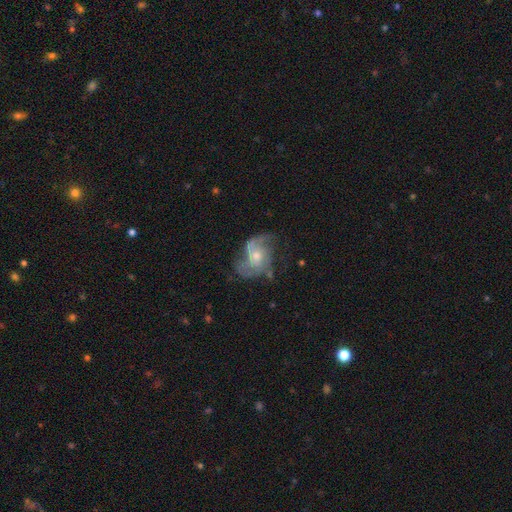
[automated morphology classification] Smooth or featured?
  - featured or disk: 78% *
  - smooth: 15%
  - star or artifact: 7%
Edge-on disk?
  - no: 97% *
  - yes: 3%
Bar?
  - no: 69% *
  - weak: 27%
  - strong: 4%
Spiral arms?
  - yes: 88% *
  - no: 12%
Spiral winding?
  - medium: 44% *
  - loose: 37%
  - tight: 18%
Spiral arm count?
  - 2: 43% *
  - 3: 24%
  - can't tell: 18%
  - 1: 6%
  - 4: 5%
  - more than 4: 4%
Bulge size?
  - moderate: 54% *
  - small: 38%
  - large: 4%
  - none: 3%
  - dominant: 1%
Merging?
  - none: 49% *
  - minor disturbance: 25%
  - major disturbance: 23%
  - merger: 3%